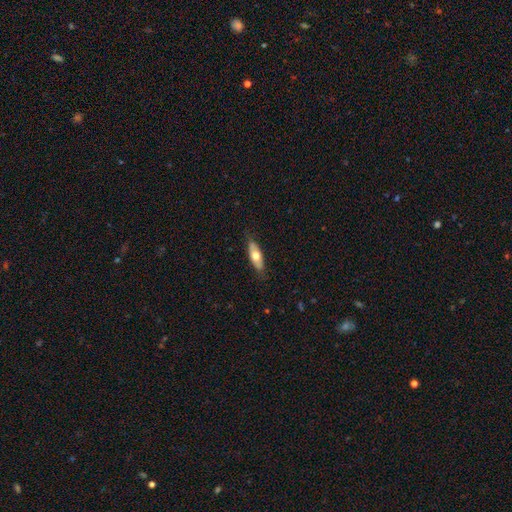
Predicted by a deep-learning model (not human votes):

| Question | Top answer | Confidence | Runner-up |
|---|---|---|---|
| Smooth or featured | smooth | 57% | featured or disk (38%) |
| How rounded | in between | 68% | cigar-shaped (30%) |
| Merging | none | 80% | minor disturbance (16%) |